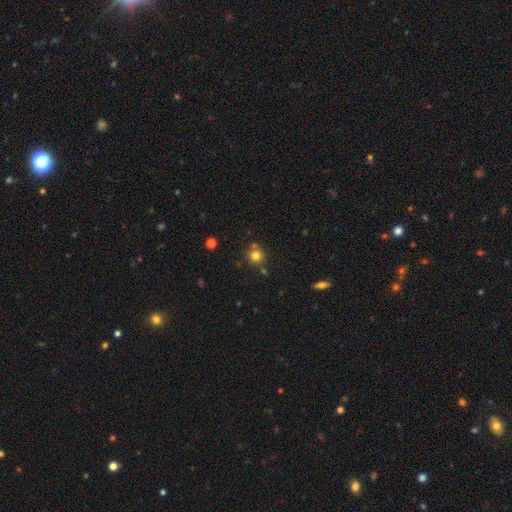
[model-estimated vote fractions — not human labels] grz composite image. It shows a smooth galaxy with no disk features (78%) that is round (92%). Merging: none (77%).